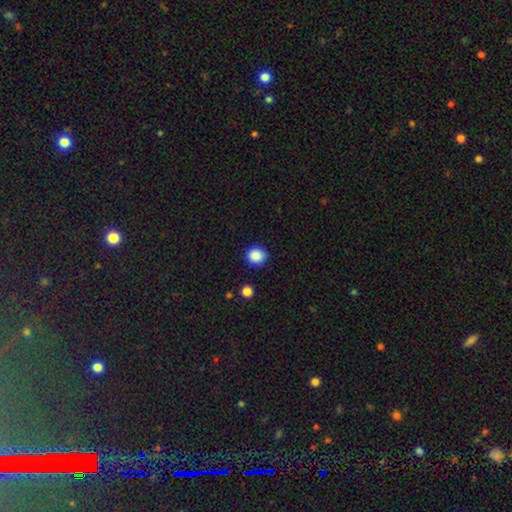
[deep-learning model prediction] Smooth or featured? Predicted: smooth (p=0.88). How rounded? Predicted: round (p=0.83). Merging? Predicted: none (p=0.88).